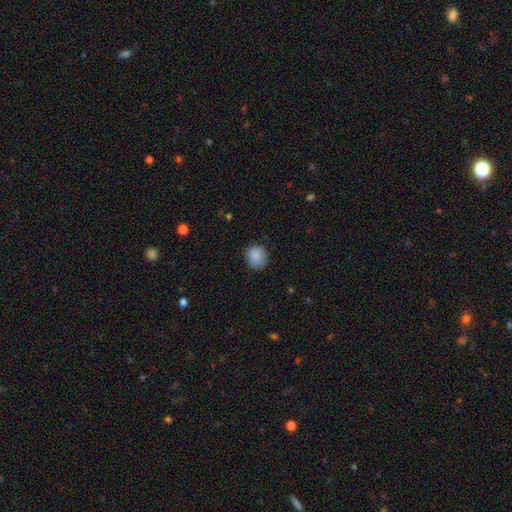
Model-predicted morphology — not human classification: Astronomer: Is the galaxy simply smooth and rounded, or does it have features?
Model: smooth — 88%.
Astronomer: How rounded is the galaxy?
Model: round — 69%.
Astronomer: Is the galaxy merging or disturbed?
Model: none — 79%.